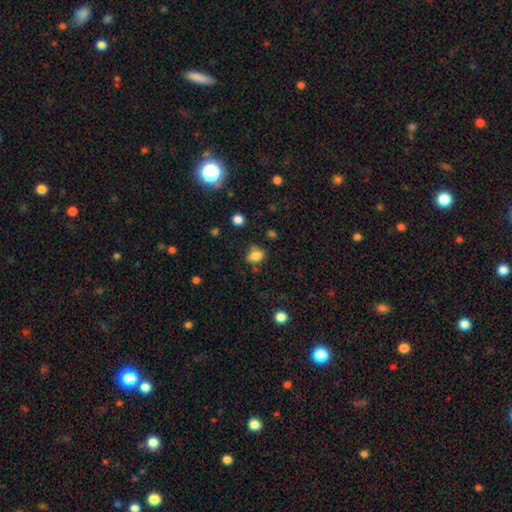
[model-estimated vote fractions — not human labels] This appears to be a smooth galaxy with no disk features (80%) that is in between round and cigar-shaped (63%). Merging: none (62%).